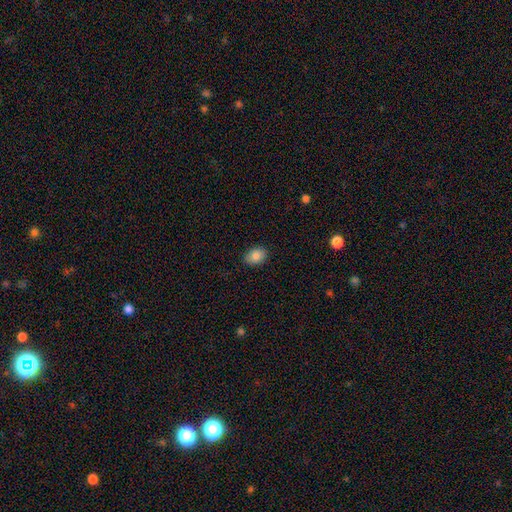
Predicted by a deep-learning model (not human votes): The model was most divided on "how rounded": in between: 71%, round: 28%, cigar-shaped: 1%. More confident: merging — none (86%); smooth or featured — smooth (85%).